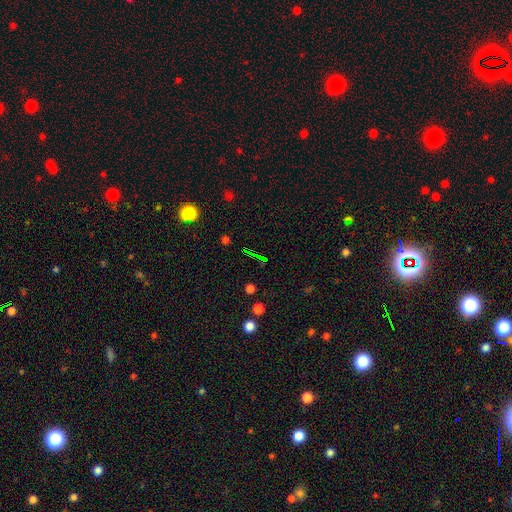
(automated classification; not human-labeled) Overall: star or artifact (64%).